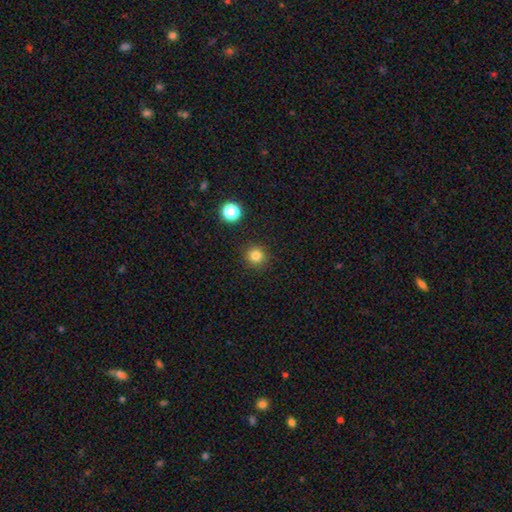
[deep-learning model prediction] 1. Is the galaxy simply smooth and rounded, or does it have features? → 82% smooth, 14% star or artifact, 5% featured or disk.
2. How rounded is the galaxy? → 94% round, 5% in between, 1% cigar-shaped.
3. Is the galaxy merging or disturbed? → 90% none, 6% minor disturbance, 2% major disturbance, 2% merger.